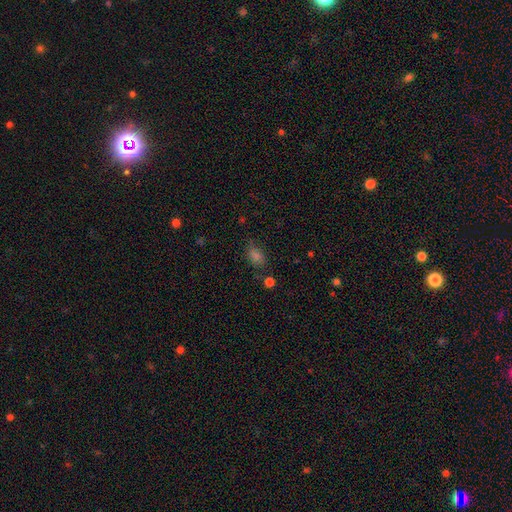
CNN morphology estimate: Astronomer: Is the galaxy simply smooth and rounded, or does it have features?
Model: smooth — 72%.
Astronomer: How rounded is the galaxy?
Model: in between — 79%.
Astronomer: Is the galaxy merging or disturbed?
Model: none — 73%.